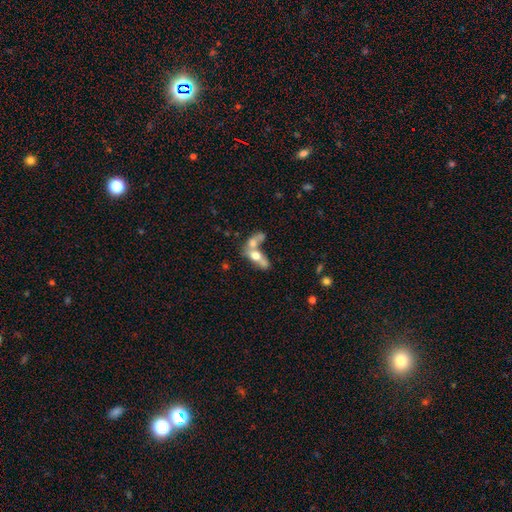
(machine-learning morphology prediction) The model was most divided on "smooth or featured": smooth: 58%, featured or disk: 32%, star or artifact: 10%. More confident: how rounded — in between (71%); merging — merger (70%).